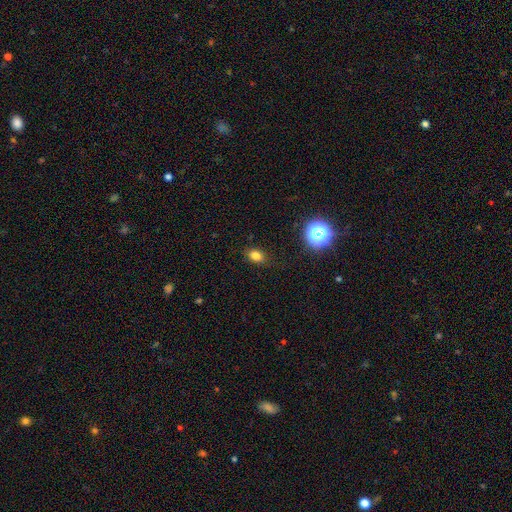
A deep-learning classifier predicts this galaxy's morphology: Q: Smooth or featured?
A: smooth (79%); runner-up: star or artifact (15%)
Q: How rounded?
A: in between (66%); runner-up: round (32%)
Q: Merging?
A: none (85%); runner-up: minor disturbance (11%)